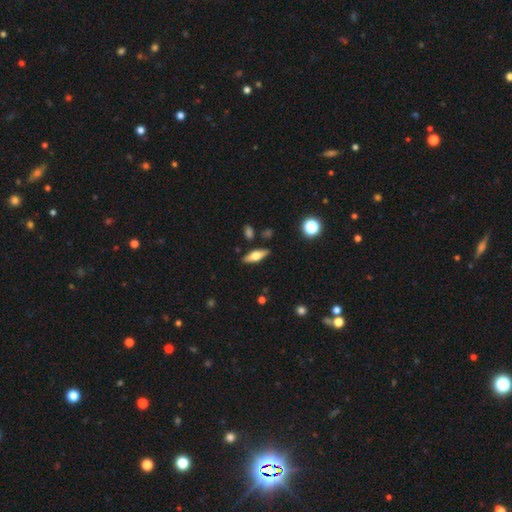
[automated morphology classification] The model was most divided on "smooth or featured": smooth: 49%, featured or disk: 44%, star or artifact: 8%. More confident: merging — none (85%).